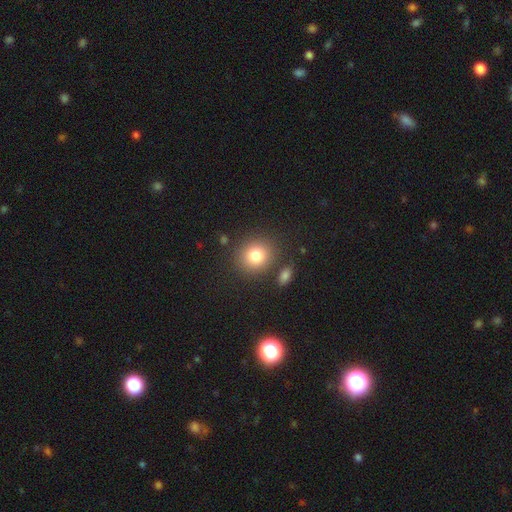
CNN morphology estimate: Smooth or featured? Predicted: smooth (p=0.81). How rounded? Predicted: round (p=0.81). Merging? Predicted: none (p=0.82).